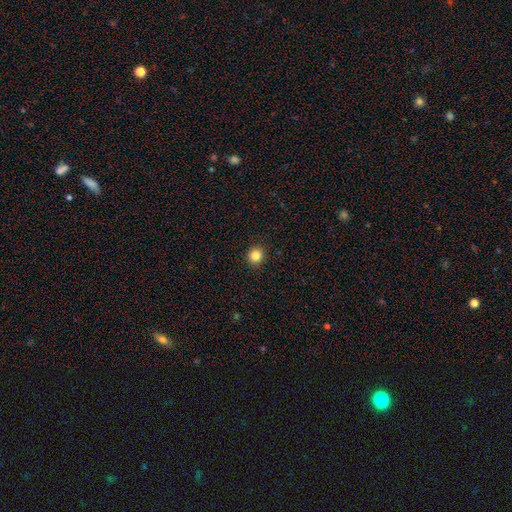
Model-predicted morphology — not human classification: Smooth or featured? smooth (84%)
How rounded? round (90%)
Merging? none (92%)